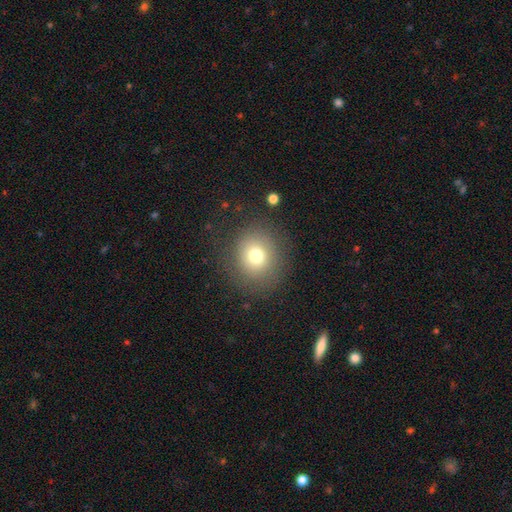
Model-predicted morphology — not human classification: Smooth or featured? Predicted: smooth (p=0.73). How rounded? Predicted: round (p=0.84). Merging? Predicted: none (p=0.82).